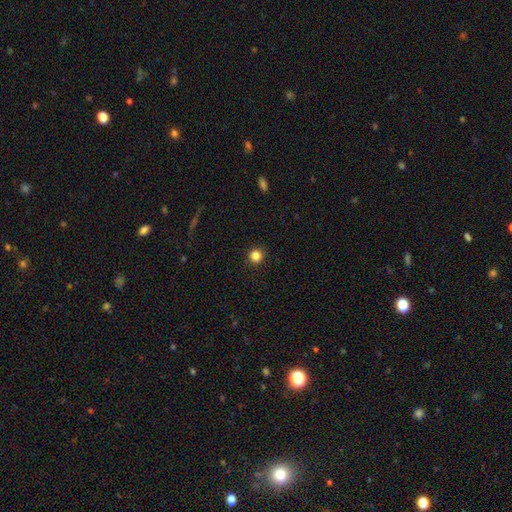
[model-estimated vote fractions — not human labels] Overall: smooth (83%). How rounded: round (94%). Merging: none (92%).